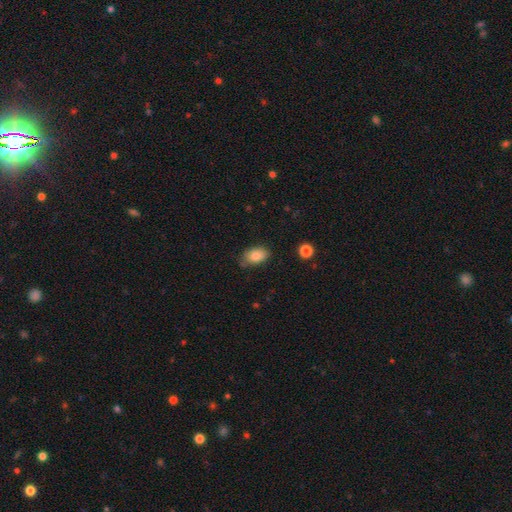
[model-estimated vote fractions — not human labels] Smooth or featured?
  - smooth: 81% *
  - featured or disk: 11%
  - star or artifact: 8%
How rounded?
  - in between: 86% *
  - round: 13%
  - cigar-shaped: 1%
Merging?
  - none: 75% *
  - minor disturbance: 19%
  - major disturbance: 3%
  - merger: 2%